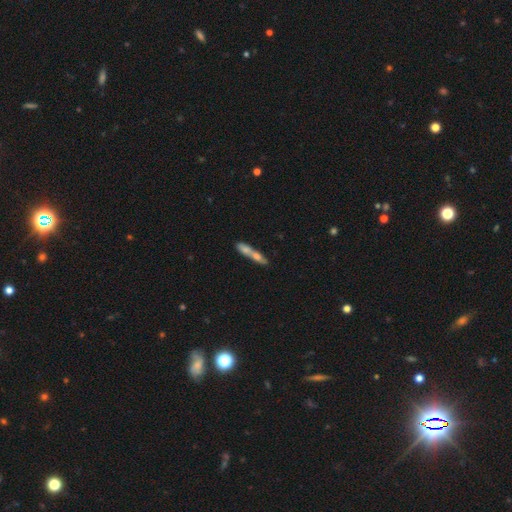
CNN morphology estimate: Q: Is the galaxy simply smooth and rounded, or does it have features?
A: smooth — 52%.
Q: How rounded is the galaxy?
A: cigar-shaped — 83%.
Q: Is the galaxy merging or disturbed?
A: merger — 41%.